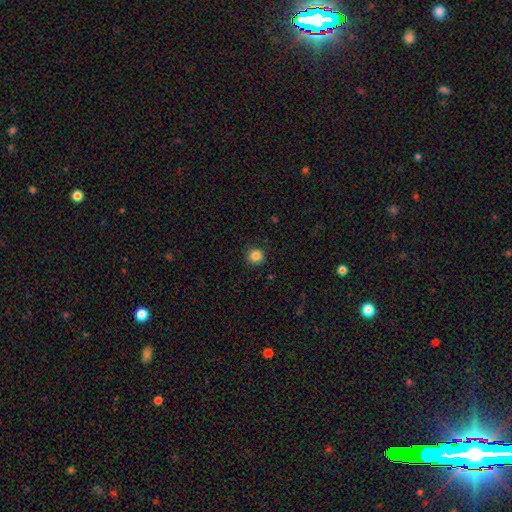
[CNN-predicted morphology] type=smooth (85%); roundness=round (94%); merging=none (91%).